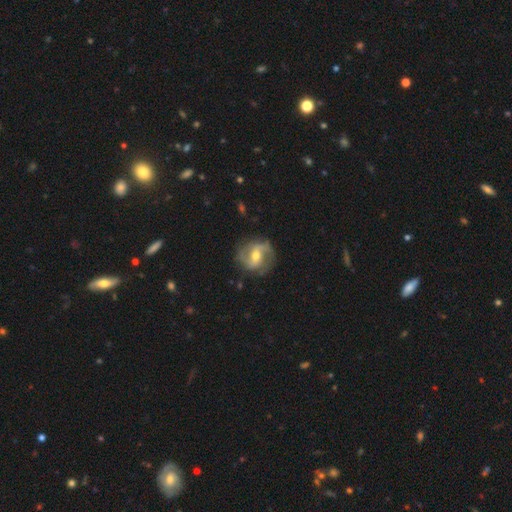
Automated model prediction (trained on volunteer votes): Q: Smooth or featured?
A: featured or disk (83%); runner-up: smooth (12%)
Q: Edge-on disk?
A: no (97%); runner-up: yes (3%)
Q: Bar?
A: weak (46%); runner-up: strong (30%)
Q: Spiral arms?
A: yes (93%); runner-up: no (7%)
Q: Spiral winding?
A: medium (49%); runner-up: loose (29%)
Q: Spiral arm count?
A: 2 (86%); runner-up: can't tell (6%)
Q: Bulge size?
A: moderate (63%); runner-up: small (32%)
Q: Merging?
A: none (78%); runner-up: minor disturbance (15%)